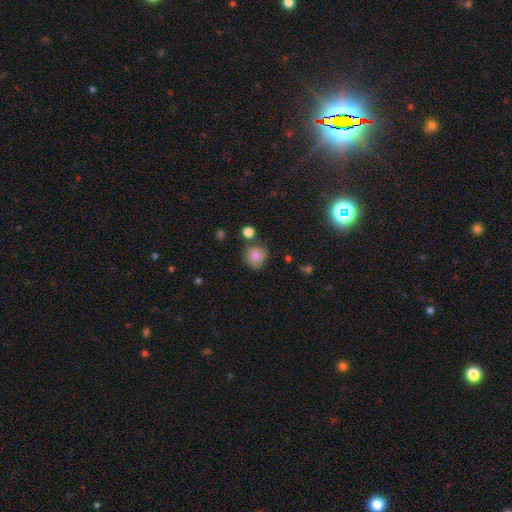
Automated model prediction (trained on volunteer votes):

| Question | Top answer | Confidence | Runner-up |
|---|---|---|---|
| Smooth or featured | smooth | 79% | star or artifact (11%) |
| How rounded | round | 90% | in between (9%) |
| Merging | none | 73% | minor disturbance (15%) |